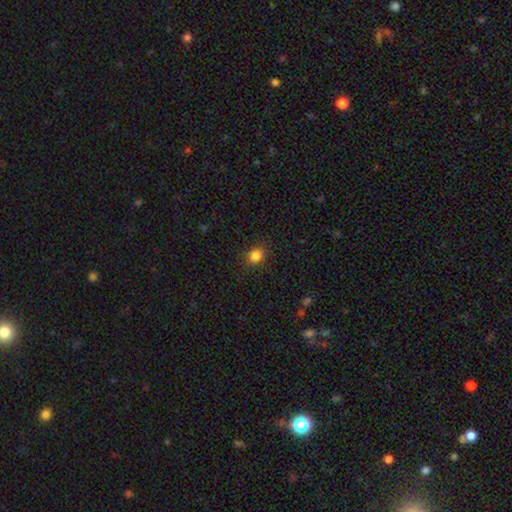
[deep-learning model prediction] Smooth or featured?
  - smooth: 84% *
  - star or artifact: 12%
  - featured or disk: 4%
How rounded?
  - round: 64% *
  - in between: 35%
  - cigar-shaped: 1%
Merging?
  - none: 86% *
  - minor disturbance: 10%
  - major disturbance: 3%
  - merger: 1%